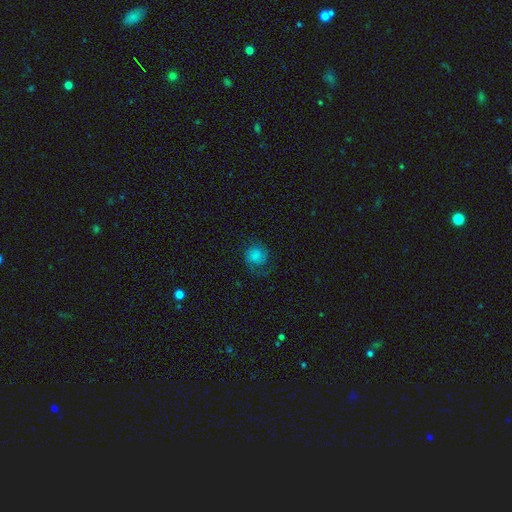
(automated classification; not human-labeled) Overall: smooth (60%; featured or disk 29%). How rounded: round (82%). Merging: none (66%).